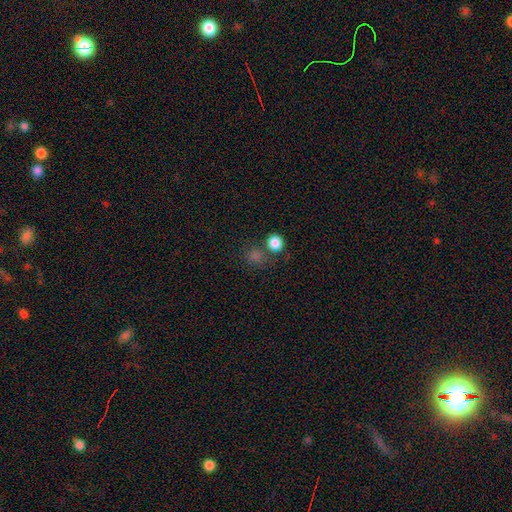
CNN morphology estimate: Smooth or featured?
  - smooth: 70% *
  - star or artifact: 24%
  - featured or disk: 6%
How rounded?
  - round: 86% *
  - in between: 13%
  - cigar-shaped: 1%
Merging?
  - none: 68% *
  - merger: 18%
  - minor disturbance: 9%
  - major disturbance: 4%